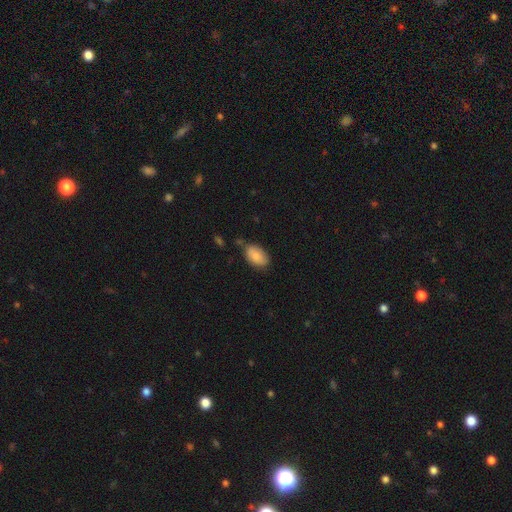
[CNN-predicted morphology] type=smooth (84%); roundness=in between (93%); merging=none (68%).